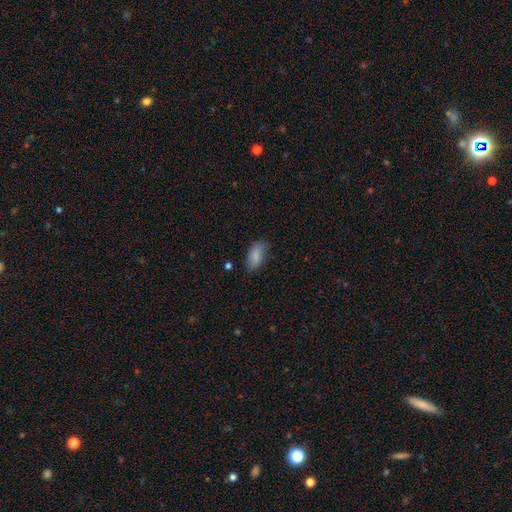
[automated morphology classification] Overall: smooth (85%). How rounded: in between (91%). Merging: none (70%).